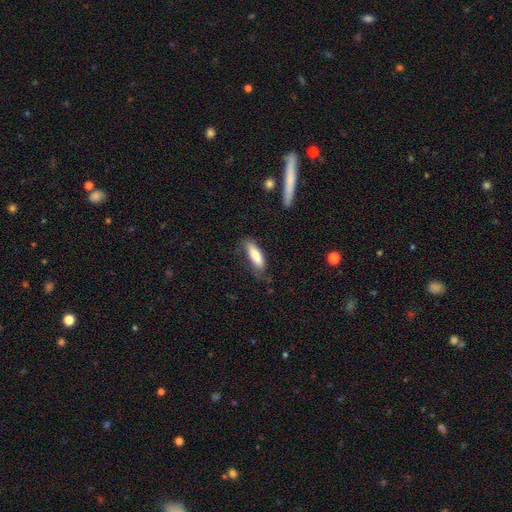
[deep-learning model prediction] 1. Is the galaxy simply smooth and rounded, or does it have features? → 78% smooth, 16% featured or disk, 6% star or artifact.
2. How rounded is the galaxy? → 53% in between, 45% cigar-shaped, 2% round.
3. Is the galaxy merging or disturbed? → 60% none, 27% minor disturbance, 11% major disturbance, 2% merger.